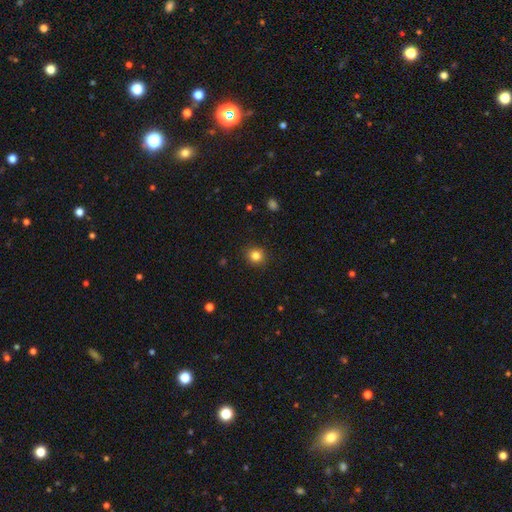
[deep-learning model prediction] smooth-or-featured: smooth: 83% | star or artifact: 12% | featured or disk: 5%
  how-rounded: round: 85% | in between: 14% | cigar-shaped: 1%
  merging: none: 91% | minor disturbance: 6% | major disturbance: 2% | merger: 1%